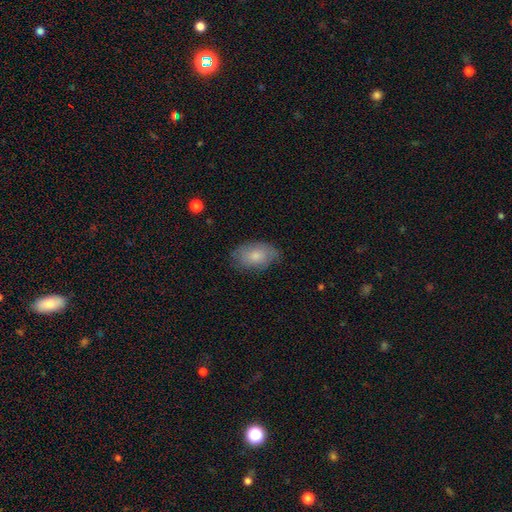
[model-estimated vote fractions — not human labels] smooth 75%, featured or disk 18%, star or artifact 7%. Down the decision tree: how rounded — in between (92%); merging — none (74%).